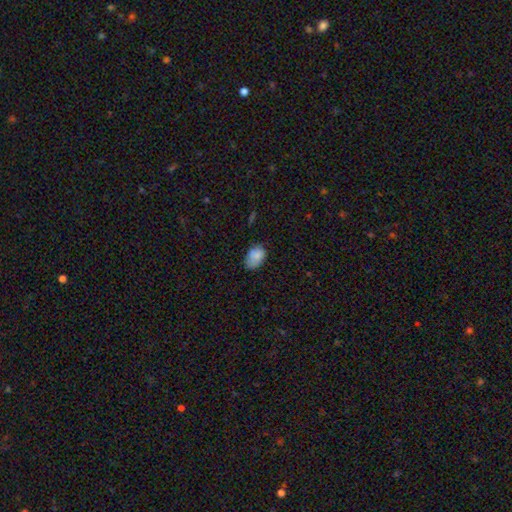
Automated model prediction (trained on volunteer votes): A smooth galaxy with no disk features (84%) that is in between round and cigar-shaped (85%).

Vote fractions:
- Smooth or featured? smooth: 84% / star or artifact: 9% / featured or disk: 8%
- How rounded? in between: 85% / round: 13% / cigar-shaped: 1%
- Merging? none: 61% / minor disturbance: 30% / major disturbance: 7% / merger: 2%